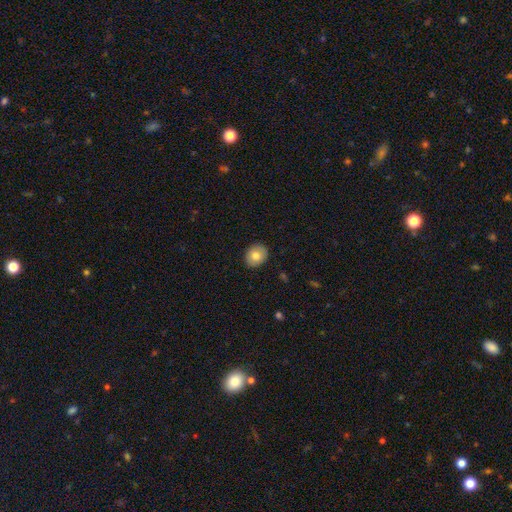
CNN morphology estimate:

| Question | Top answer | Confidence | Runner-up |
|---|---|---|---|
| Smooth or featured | smooth | 78% | featured or disk (15%) |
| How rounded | round | 57% | in between (42%) |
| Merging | none | 89% | minor disturbance (8%) |